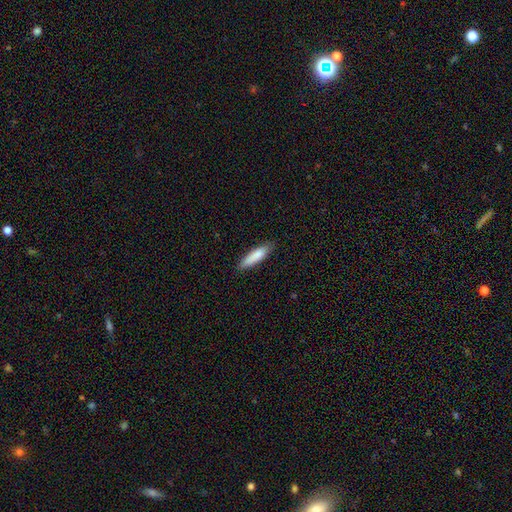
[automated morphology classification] Smooth or featured? smooth (83%)
How rounded? cigar-shaped (74%)
Merging? none (85%)